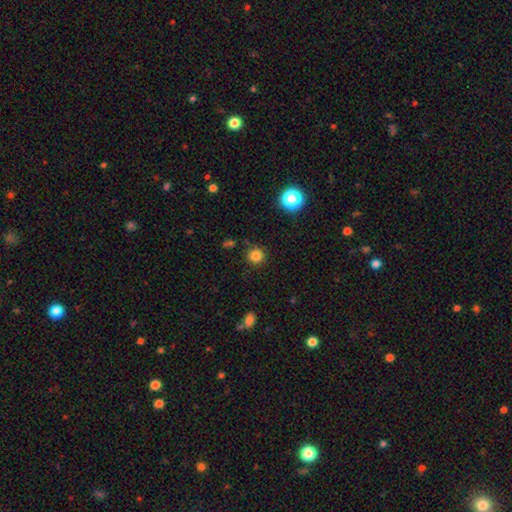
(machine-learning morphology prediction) smooth_or_featured: smooth (p=0.82) [alt: star or artifact p=0.14]
how_rounded: round (p=0.93) [alt: in between p=0.06]
merging: none (p=0.88) [alt: minor disturbance p=0.07]